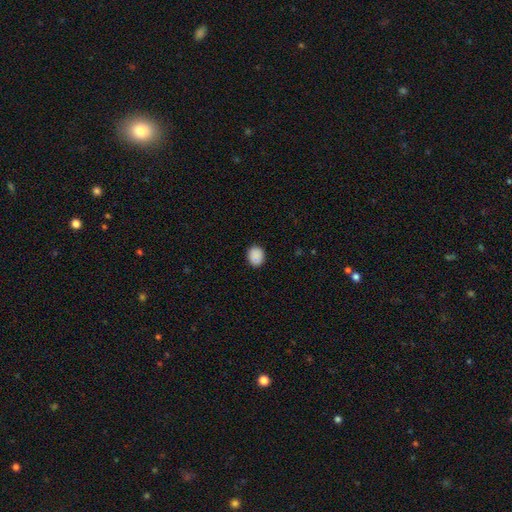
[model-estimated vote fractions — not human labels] Smooth or featured?
  - smooth: 89% *
  - star or artifact: 8%
  - featured or disk: 3%
How rounded?
  - round: 64% *
  - in between: 35%
  - cigar-shaped: 1%
Merging?
  - none: 89% *
  - minor disturbance: 8%
  - major disturbance: 2%
  - merger: 1%